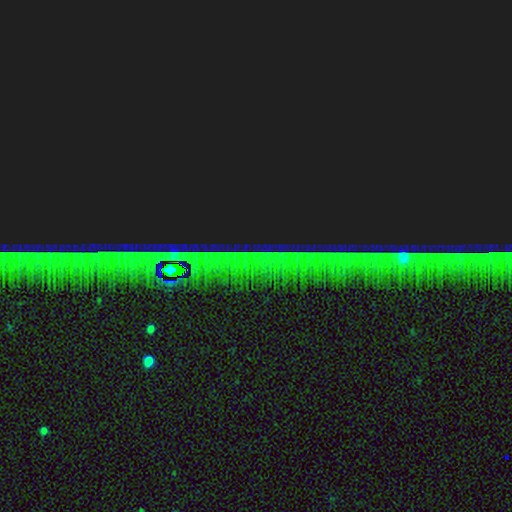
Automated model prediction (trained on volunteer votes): Overall: star or artifact (86%).